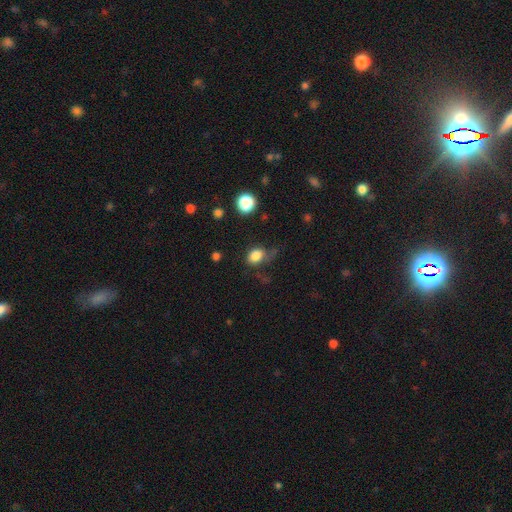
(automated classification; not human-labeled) A smooth galaxy with no disk features (83%) that is in between round and cigar-shaped (61%). Merging: none (50%).